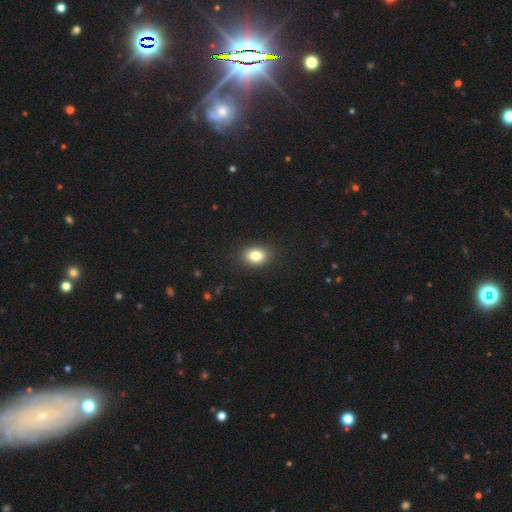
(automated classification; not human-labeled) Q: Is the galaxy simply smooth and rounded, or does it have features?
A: smooth — 84%.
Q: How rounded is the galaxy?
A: in between — 66%.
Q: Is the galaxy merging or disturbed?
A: none — 88%.